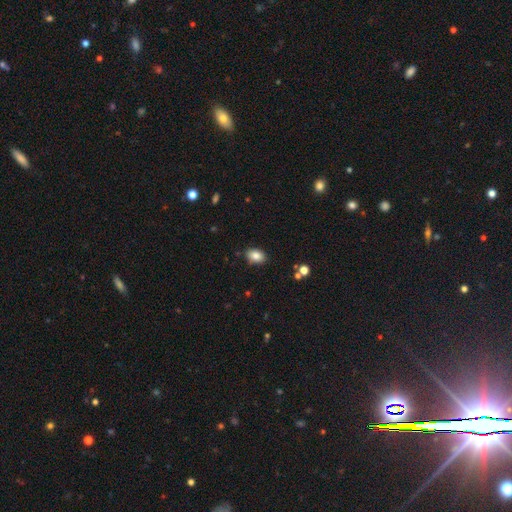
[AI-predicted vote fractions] This appears to be a smooth galaxy with no disk features (84%) that is in between round and cigar-shaped (83%). Merging: none (85%).